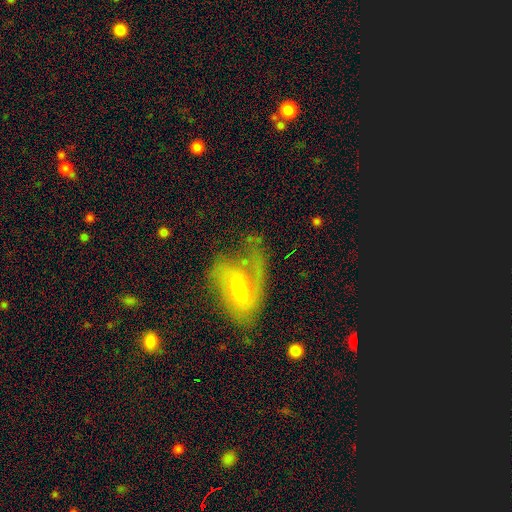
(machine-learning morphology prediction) Smooth or featured: featured or disk — 68% (smooth — 22%)
Edge-on disk: no — 93% (yes — 7%)
Bar: no — 46% (weak — 42%)
Spiral arms: yes — 82% (no — 18%)
Spiral winding: medium — 42% (loose — 30%)
Spiral arm count: 1 — 43% (2 — 32%)
Bulge size: moderate — 55% (small — 36%)
Merging: none — 43% (major disturbance — 31%)